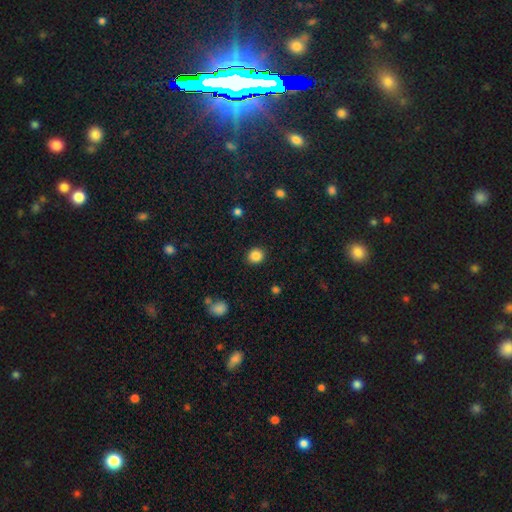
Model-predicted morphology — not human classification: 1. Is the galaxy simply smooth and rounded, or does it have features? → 86% smooth, 10% star or artifact, 4% featured or disk.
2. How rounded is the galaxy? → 80% round, 19% in between, 1% cigar-shaped.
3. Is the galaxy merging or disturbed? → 90% none, 7% minor disturbance, 2% major disturbance, 1% merger.